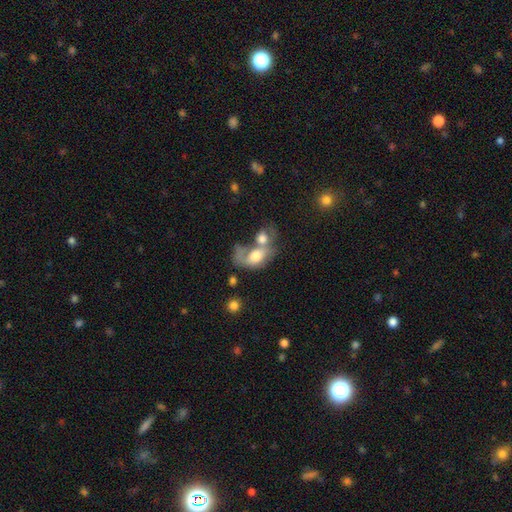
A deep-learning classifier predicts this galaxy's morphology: This is possibly a smooth galaxy (55%). How rounded: clearly in between (82%). Merging: likely merger (65%).